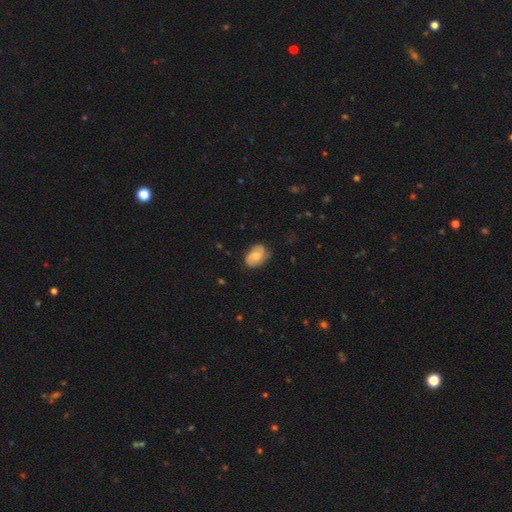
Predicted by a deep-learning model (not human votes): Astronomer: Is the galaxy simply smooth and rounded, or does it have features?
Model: featured or disk — 49% (runner-up: smooth, 43%).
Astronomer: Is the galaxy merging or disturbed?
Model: none — 73%.